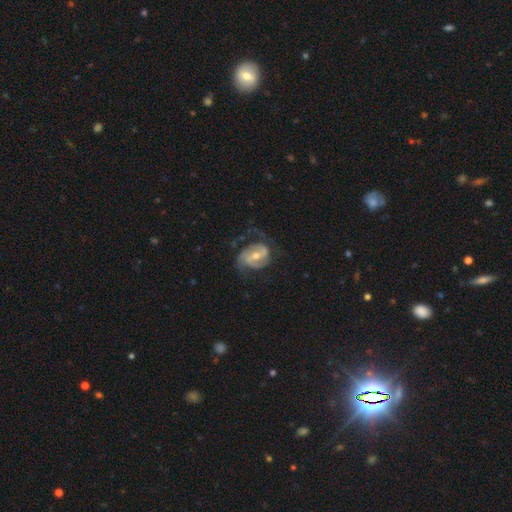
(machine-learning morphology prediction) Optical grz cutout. It shows a featured or disk galaxy (80%) with a weak bar (44%), 2 (69%) medium (45%) spiral arms (91%) and a moderate central bulge (59%). Merging: none (56%).